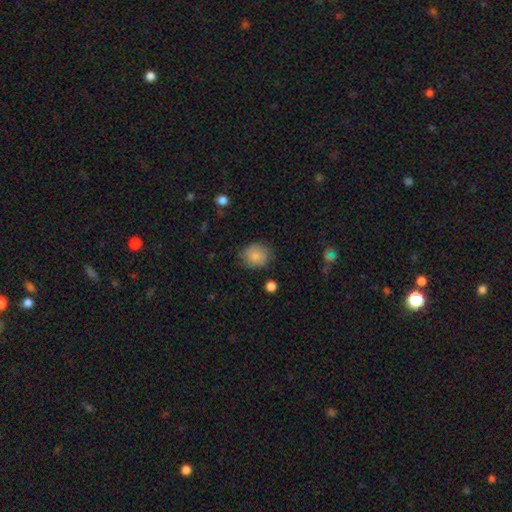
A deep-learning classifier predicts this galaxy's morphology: This is clearly a smooth galaxy (81%). How rounded: likely round (64%). Merging: likely none (75%).